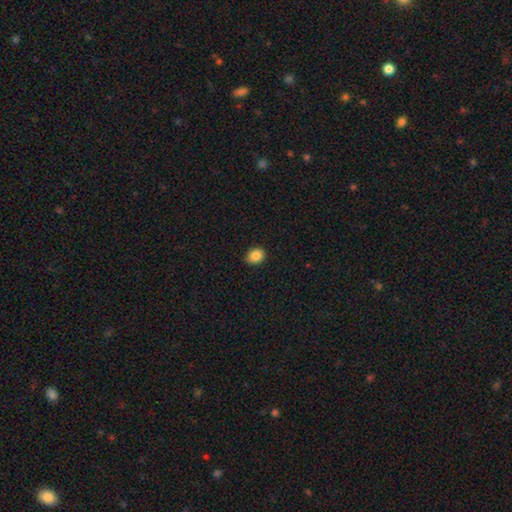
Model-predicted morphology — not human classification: Smooth or featured: smooth — 86% (star or artifact — 10%)
How rounded: round — 54% (in between — 45%)
Merging: none — 88% (minor disturbance — 9%)